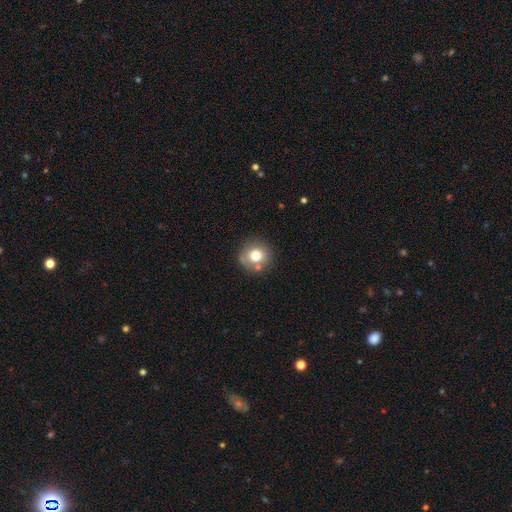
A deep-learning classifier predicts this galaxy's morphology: Smooth or featured? Predicted: smooth (p=0.73). How rounded? Predicted: round (p=0.90). Merging? Predicted: none (p=0.74).